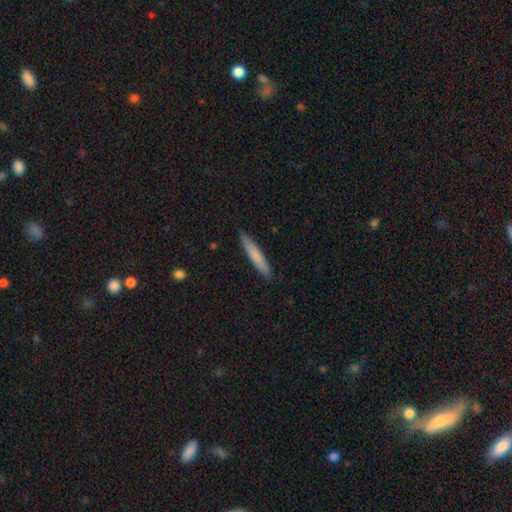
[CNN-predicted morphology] smooth-or-featured: smooth: 76% | featured or disk: 19% | star or artifact: 5%
  how-rounded: cigar-shaped: 94% | in between: 5% | round: 1%
  merging: none: 91% | minor disturbance: 7% | major disturbance: 1% | merger: 1%